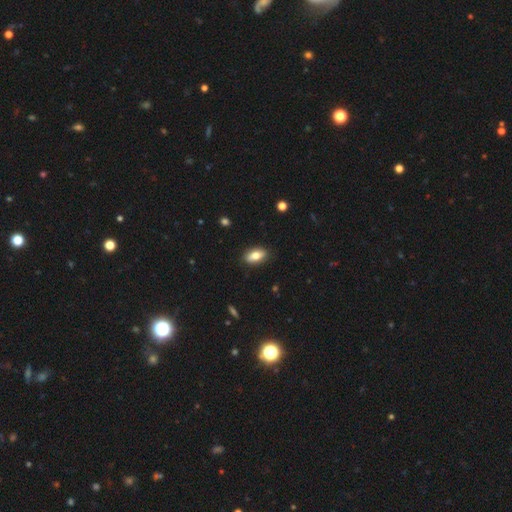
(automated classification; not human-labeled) This appears to be a smooth galaxy with no disk features (75%) that is in between round and cigar-shaped (88%). Merging: none (87%).